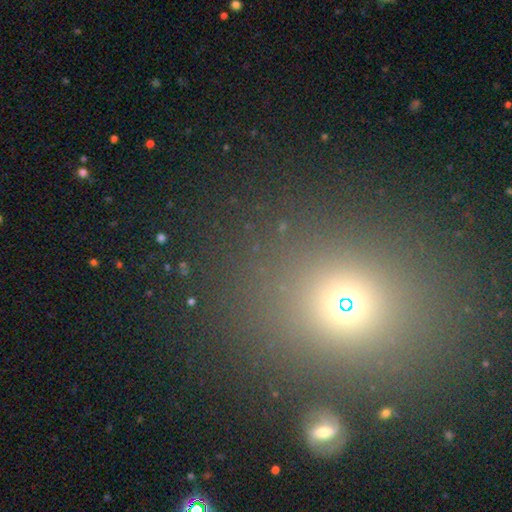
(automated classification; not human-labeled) smooth_or_featured: smooth (p=0.55) [alt: star or artifact p=0.37]
how_rounded: round (p=0.69) [alt: in between p=0.29]
merging: none (p=0.83) [alt: minor disturbance p=0.08]